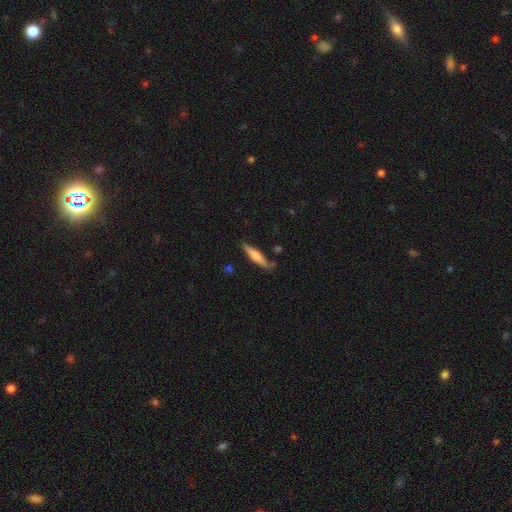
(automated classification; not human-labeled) Smooth or featured?
  - smooth: 58% *
  - featured or disk: 36%
  - star or artifact: 6%
How rounded?
  - cigar-shaped: 87% *
  - in between: 12%
  - round: 2%
Merging?
  - none: 75% *
  - minor disturbance: 17%
  - merger: 4%
  - major disturbance: 4%